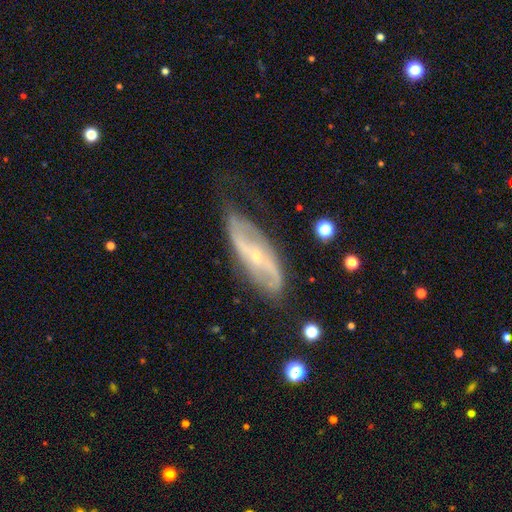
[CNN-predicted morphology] Smooth or featured: featured or disk — 81% (smooth — 13%)
Edge-on disk: no — 85% (yes — 15%)
Bar: no — 45% (weak — 28%)
Spiral arms: yes — 84% (no — 16%)
Spiral winding: loose — 50% (medium — 33%)
Spiral arm count: 2 — 83% (can't tell — 11%)
Bulge size: small — 78% (moderate — 19%)
Merging: none — 61% (minor disturbance — 26%)